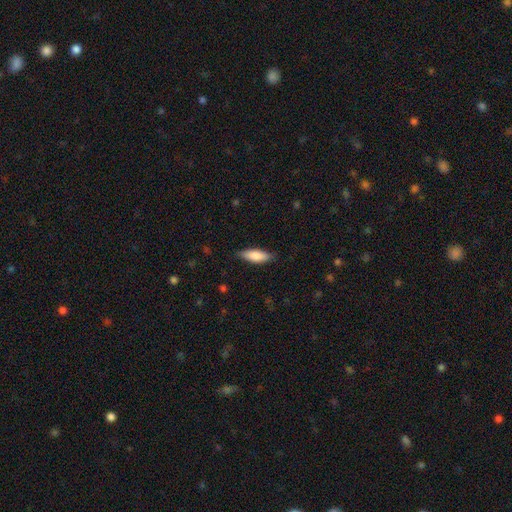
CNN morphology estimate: This is clearly a smooth galaxy (82%). How rounded: likely in between (62%). Merging: clearly none (84%).